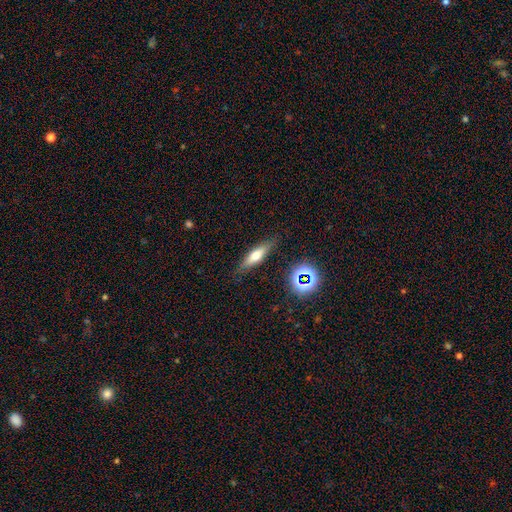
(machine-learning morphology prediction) smooth 53%, featured or disk 36%, star or artifact 11%. Down the decision tree: how rounded — cigar-shaped (63%); merging — none (84%).